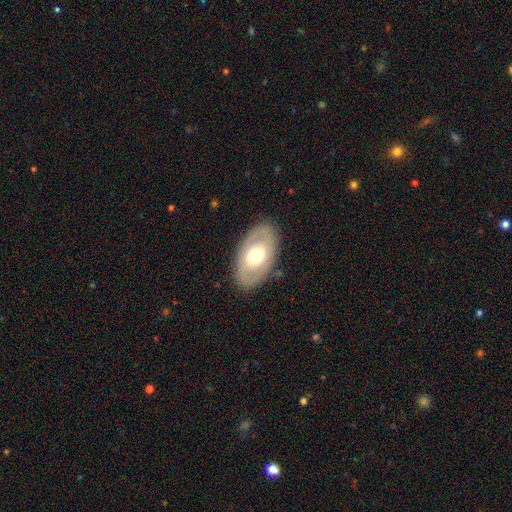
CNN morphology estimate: featured or disk 50%, smooth 45%, star or artifact 5%. Down the decision tree: merging — none (84%).